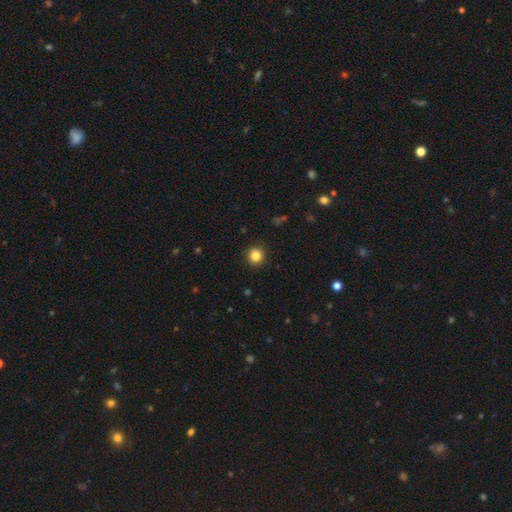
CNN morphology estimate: Smooth or featured: smooth — 83% (star or artifact — 12%)
How rounded: round — 95% (in between — 4%)
Merging: none — 93% (minor disturbance — 5%)